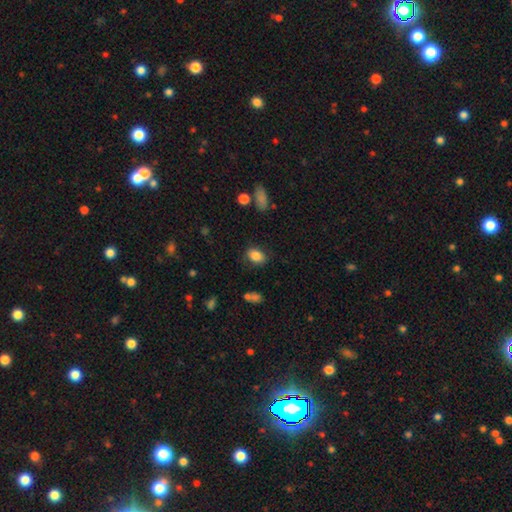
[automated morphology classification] Q: Smooth or featured?
A: smooth (85%); runner-up: star or artifact (9%)
Q: How rounded?
A: in between (80%); runner-up: round (19%)
Q: Merging?
A: none (79%); runner-up: minor disturbance (15%)